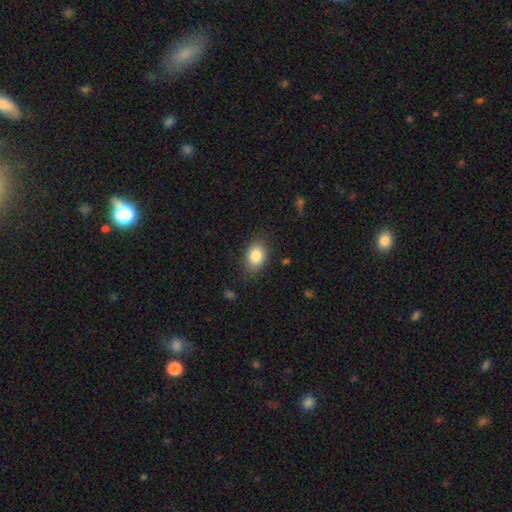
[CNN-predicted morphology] Q: Smooth or featured?
A: smooth (84%); runner-up: star or artifact (8%)
Q: How rounded?
A: in between (76%); runner-up: round (23%)
Q: Merging?
A: none (79%); runner-up: minor disturbance (16%)